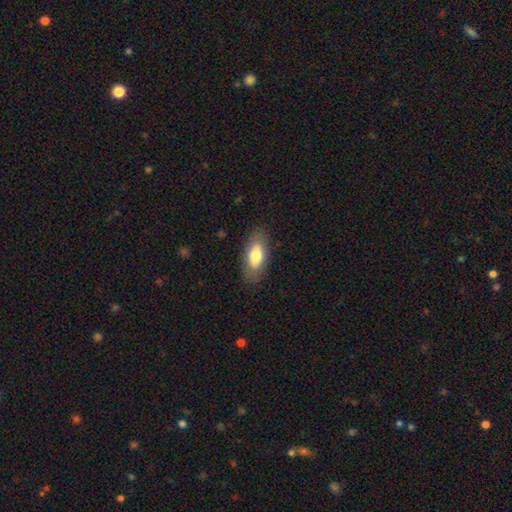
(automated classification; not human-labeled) Smooth or featured? smooth (73%)
How rounded? in between (86%)
Merging? none (85%)